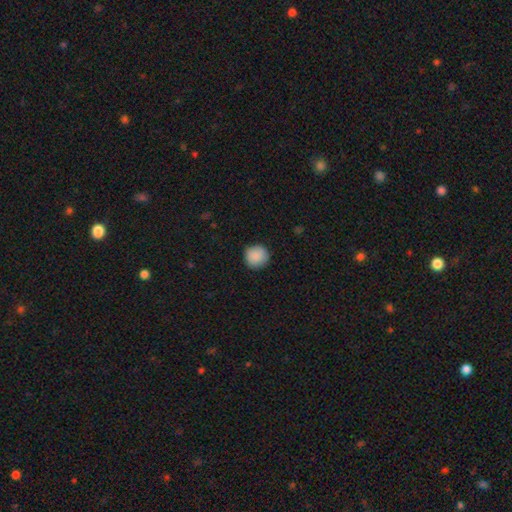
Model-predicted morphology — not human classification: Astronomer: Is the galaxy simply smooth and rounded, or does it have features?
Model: smooth — 89%.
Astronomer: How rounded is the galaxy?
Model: round — 93%.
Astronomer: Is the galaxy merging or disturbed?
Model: none — 89%.